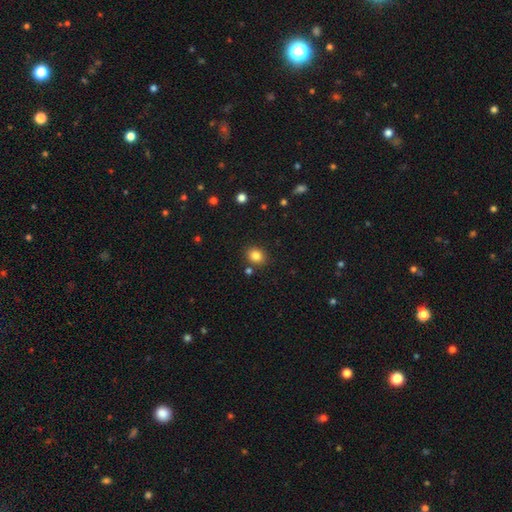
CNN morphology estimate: Smooth or featured?
  - smooth: 83% *
  - star or artifact: 11%
  - featured or disk: 6%
How rounded?
  - round: 57% *
  - in between: 42%
  - cigar-shaped: 1%
Merging?
  - none: 84% *
  - minor disturbance: 9%
  - merger: 5%
  - major disturbance: 2%